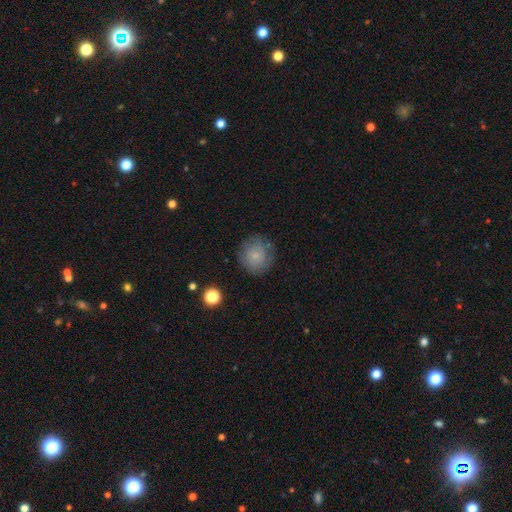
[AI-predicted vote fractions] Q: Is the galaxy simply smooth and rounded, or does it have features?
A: smooth — 64%.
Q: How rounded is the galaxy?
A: round — 89%.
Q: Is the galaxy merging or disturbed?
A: none — 76%.